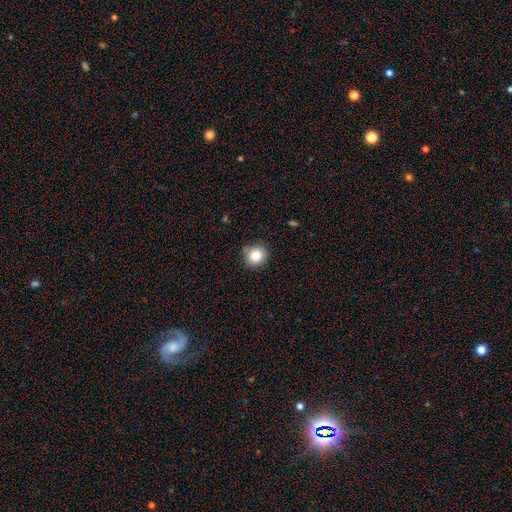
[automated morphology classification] A smooth galaxy with no disk features (84%) that is round (92%). Merging: none (85%).